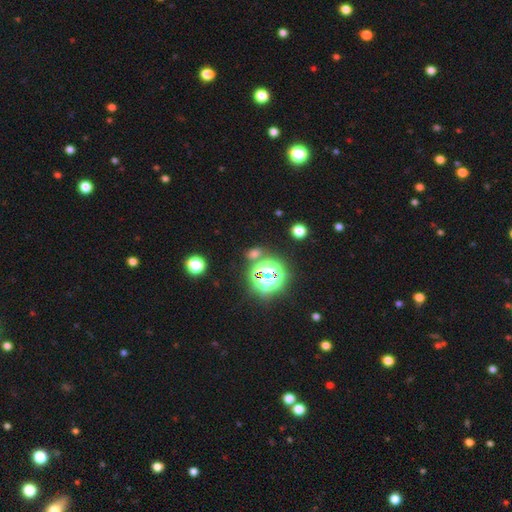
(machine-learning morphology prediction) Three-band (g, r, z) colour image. It shows a star or artifact, not a galaxy (72%).